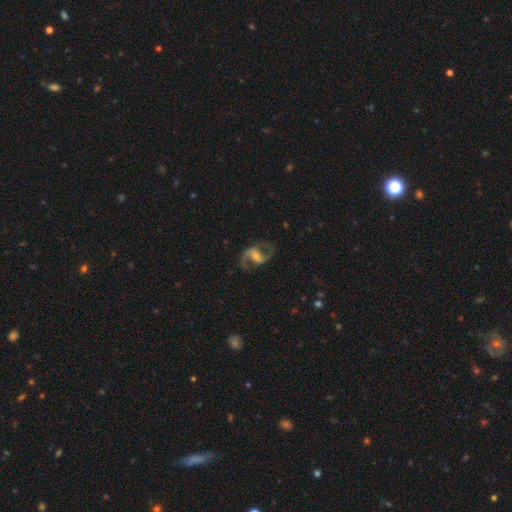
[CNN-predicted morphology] Overall: featured or disk (86%). Edge-on disk: no (97%). Bar: weak (47%; strong 33%). Spiral arms: yes (95%). Spiral arm count: 2 (90%). Spiral winding: loose (52%; medium 42%). Bulge size: small (40%; moderate 38%). Merging: none (73%).